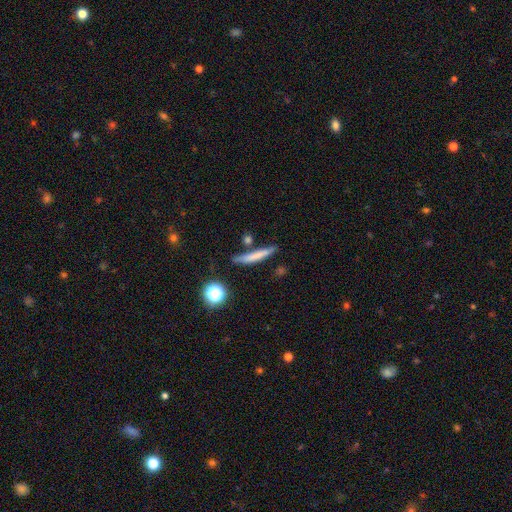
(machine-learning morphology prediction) Smooth or featured? smooth (68%)
How rounded? cigar-shaped (91%)
Merging? none (72%)